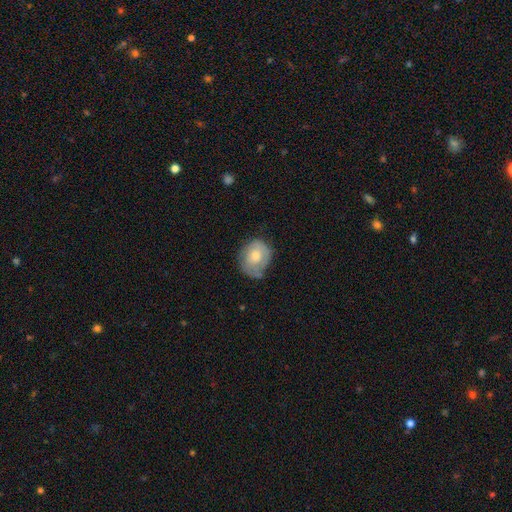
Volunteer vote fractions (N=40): Smooth or featured?
  - smooth: 65% *
  - featured or disk: 25%
  - star or artifact: 10%
How rounded?
  - round: 54% *
  - in between: 46%
  - cigar-shaped: 0%
Merging?
  - none: 56% *
  - minor disturbance: 39%
  - major disturbance: 3%
  - merger: 3%